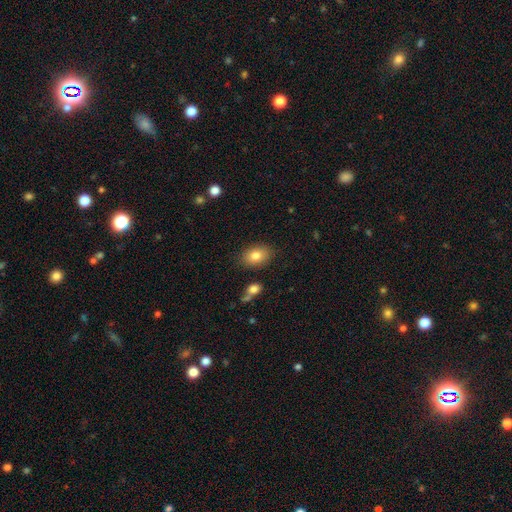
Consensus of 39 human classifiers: smooth-or-featured: smooth: 77% | featured or disk: 13% | star or artifact: 10%
  how-rounded: in between: 73% | round: 27% | cigar-shaped: 0%
  merging: none: 91% | minor disturbance: 6% | major disturbance: 3% | merger: 0%